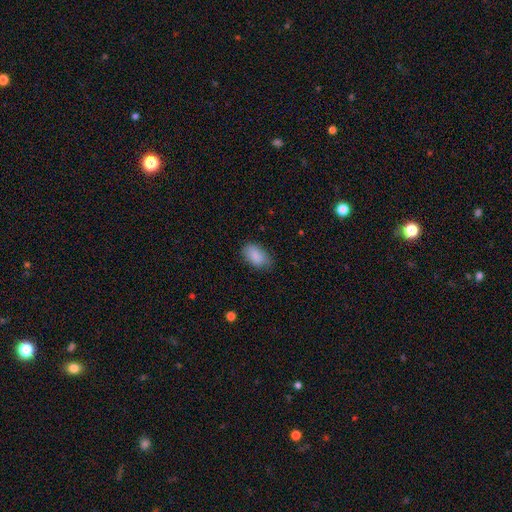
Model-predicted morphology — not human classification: This is clearly a smooth galaxy (87%). How rounded: clearly in between (93%). Merging: likely none (76%).